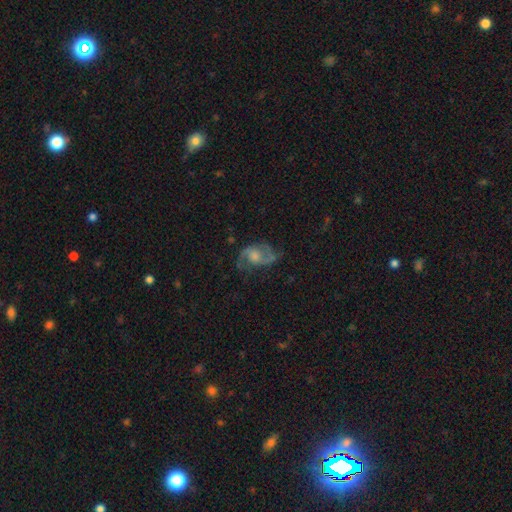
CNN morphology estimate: This is likely a featured or disk galaxy (79%). It is clearly not viewed edge-on (97%). Bar: likely no (63%). Spiral arm pattern: clearly yes (93%). Spiral arm count: clearly 2 (88%). Spiral winding: possibly medium (48%). Central bulge: possibly moderate (48%). Merging: likely none (64%).